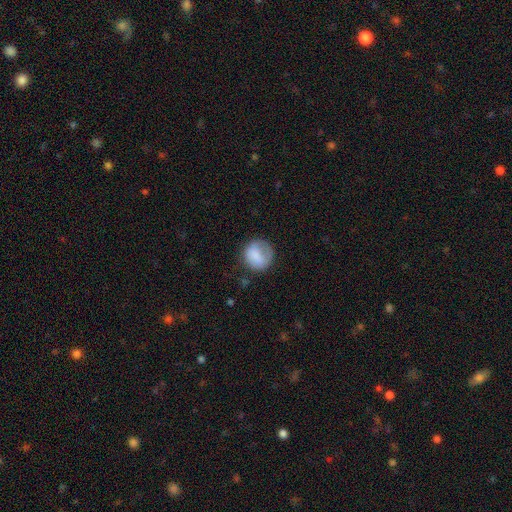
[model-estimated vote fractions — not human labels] Smooth or featured? Predicted: smooth (p=0.79). How rounded? Predicted: round (p=0.83). Merging? Predicted: none (p=0.61).